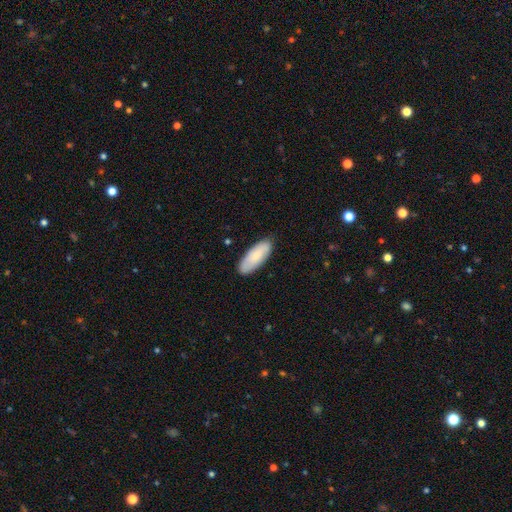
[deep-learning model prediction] Smooth or featured? Predicted: smooth (p=0.81). How rounded? Predicted: in between (p=0.74). Merging? Predicted: none (p=0.86).